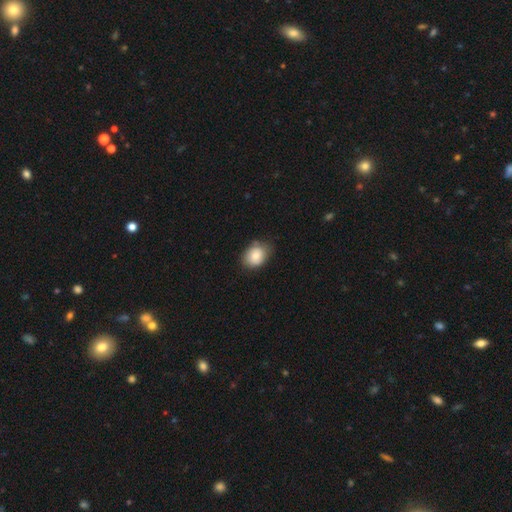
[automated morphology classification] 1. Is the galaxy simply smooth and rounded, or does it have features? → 81% smooth, 11% featured or disk, 8% star or artifact.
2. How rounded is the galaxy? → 61% in between, 38% round, 1% cigar-shaped.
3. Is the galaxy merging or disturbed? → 67% none, 26% minor disturbance, 5% major disturbance, 2% merger.